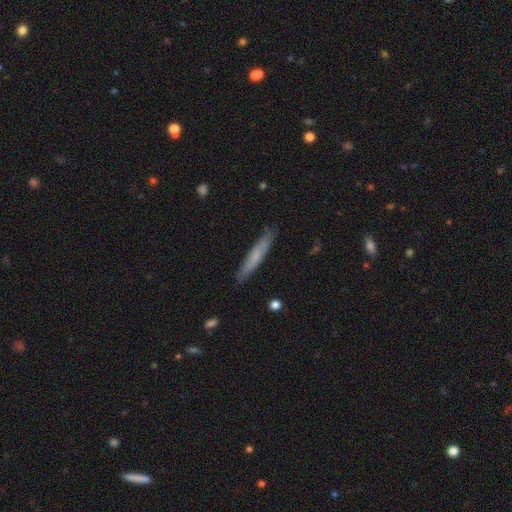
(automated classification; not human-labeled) This appears to be a smooth galaxy with no disk features (65%) that is cigar-shaped (94%). Merging: none (88%).